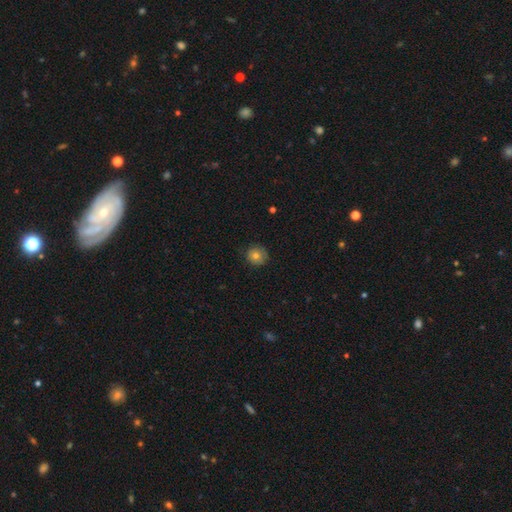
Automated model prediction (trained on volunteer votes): This is likely a smooth galaxy (77%). How rounded: clearly round (91%). Merging: clearly none (83%).